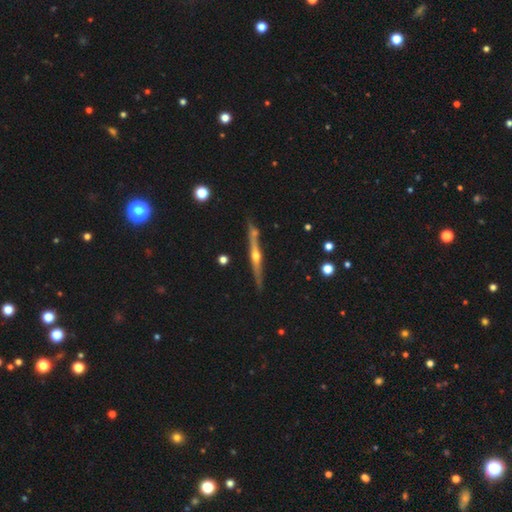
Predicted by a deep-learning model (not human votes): Smooth or featured? Predicted: featured or disk (p=0.81). Edge-on disk? Predicted: yes (p=0.98). Edge-on bulge? Predicted: rounded (p=0.91). Merging? Predicted: none (p=0.82).